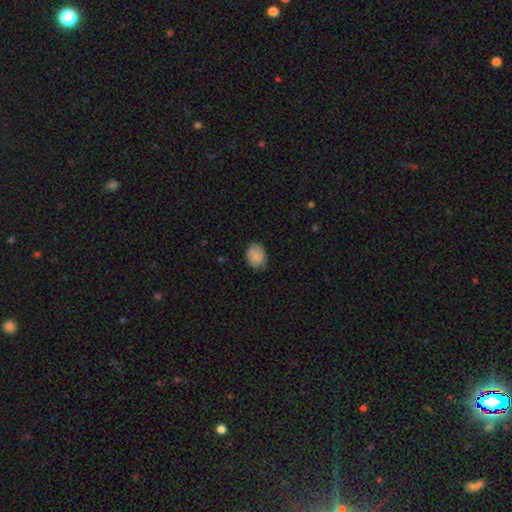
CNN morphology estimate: smooth 85%, featured or disk 7%, star or artifact 7%. Down the decision tree: how rounded — in between (69%); merging — none (79%).